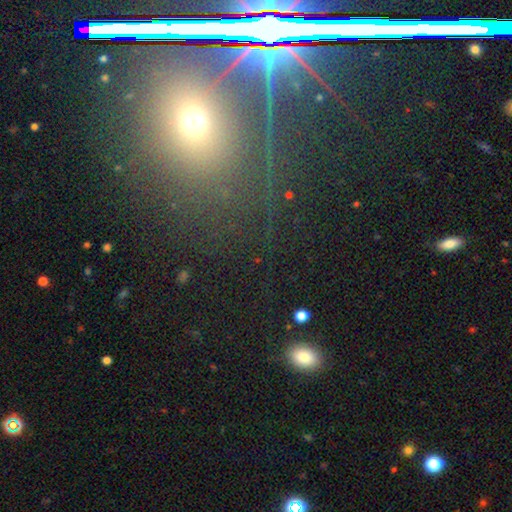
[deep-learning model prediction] star or artifact 55%, smooth 29%, featured or disk 17%.